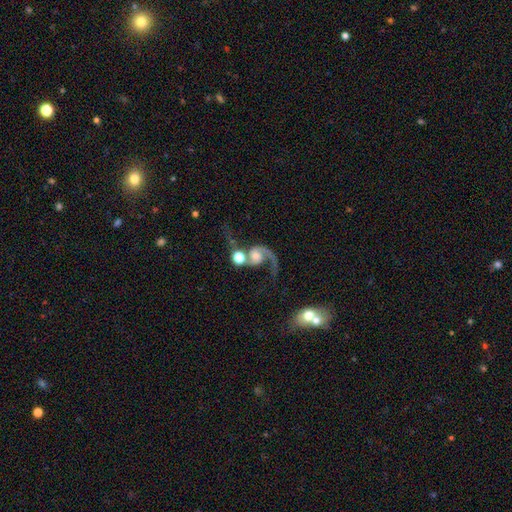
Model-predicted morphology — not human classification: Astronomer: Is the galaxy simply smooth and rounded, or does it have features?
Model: featured or disk — 78%.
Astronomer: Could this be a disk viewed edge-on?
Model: no — 97%.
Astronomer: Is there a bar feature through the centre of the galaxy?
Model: no — 67%.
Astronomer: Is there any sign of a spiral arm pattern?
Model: yes — 94%.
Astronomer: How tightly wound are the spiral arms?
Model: loose — 75%.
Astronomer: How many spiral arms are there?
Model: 2 — 58% (runner-up: 1, 37%).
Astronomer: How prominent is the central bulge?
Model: moderate — 39% (runner-up: small, 25%).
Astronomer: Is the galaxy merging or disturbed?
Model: merger — 44% (runner-up: none, 26%).